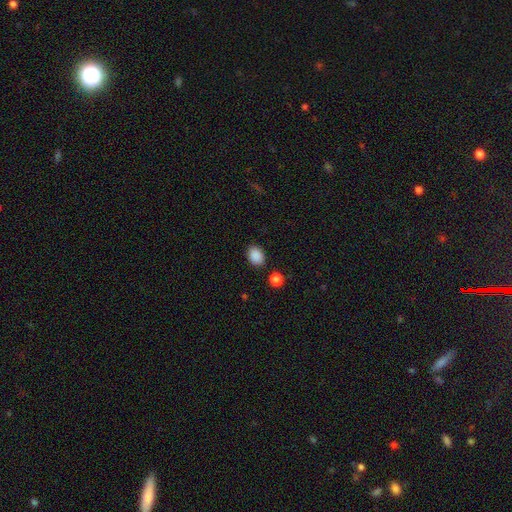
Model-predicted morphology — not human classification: The model was most divided on "how rounded": in between: 71%, round: 28%, cigar-shaped: 1%. More confident: smooth or featured — smooth (88%); merging — none (85%).